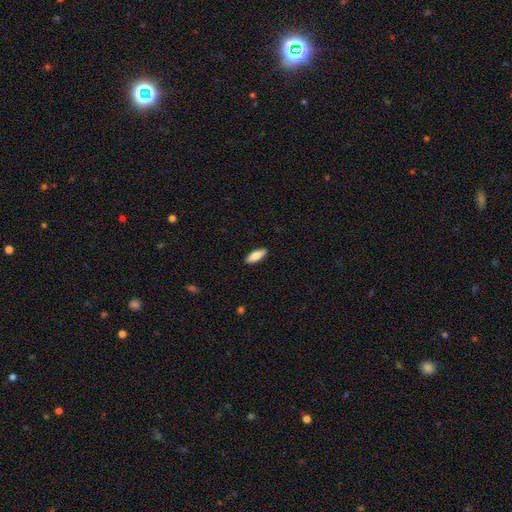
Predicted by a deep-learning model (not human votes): Q: Smooth or featured?
A: smooth (78%); runner-up: featured or disk (17%)
Q: How rounded?
A: in between (59%); runner-up: cigar-shaped (39%)
Q: Merging?
A: none (90%); runner-up: minor disturbance (7%)